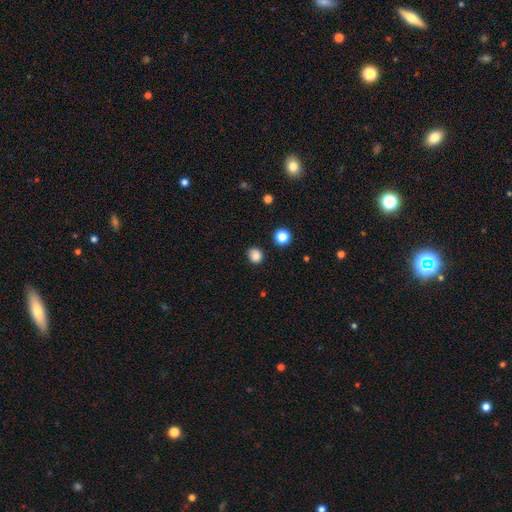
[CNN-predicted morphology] Overall: smooth (85%). How rounded: round (82%). Merging: none (89%).